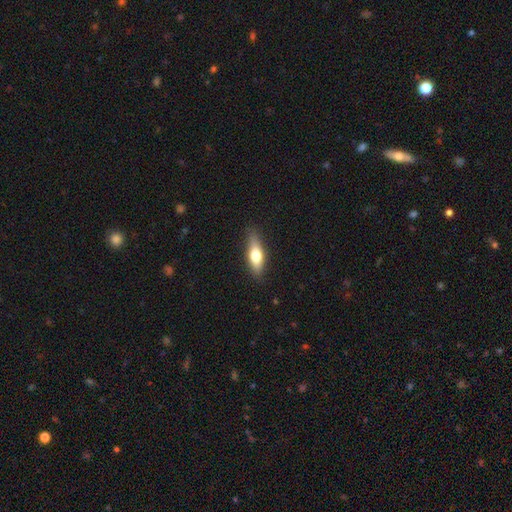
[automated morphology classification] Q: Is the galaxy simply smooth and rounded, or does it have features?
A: smooth — 63%.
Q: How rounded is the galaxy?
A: in between — 51%.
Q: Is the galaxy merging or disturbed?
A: none — 84%.